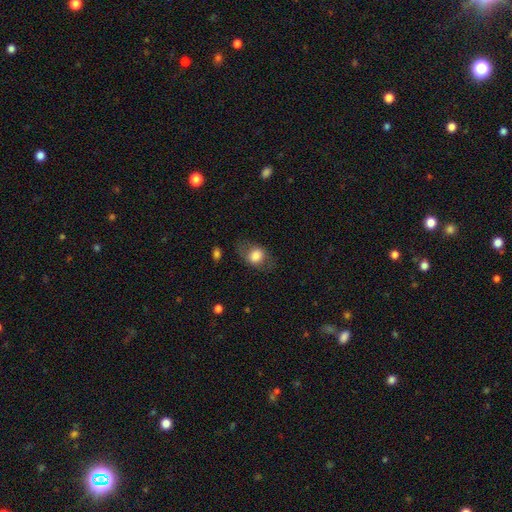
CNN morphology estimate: smooth 72%, featured or disk 20%, star or artifact 8%. Down the decision tree: how rounded — in between (65%); merging — none (66%).